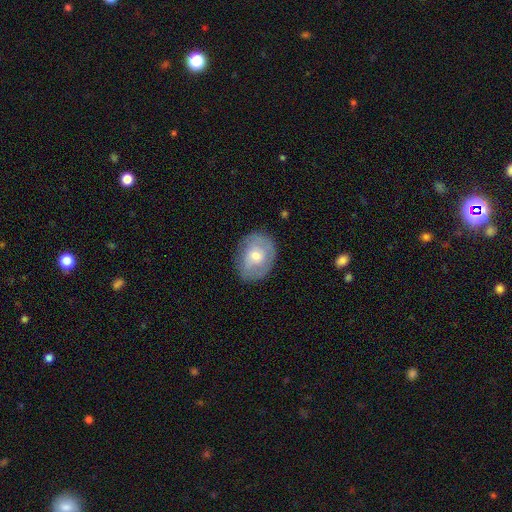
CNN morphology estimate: A smooth galaxy with no disk features (49%). Merging: none (77%).